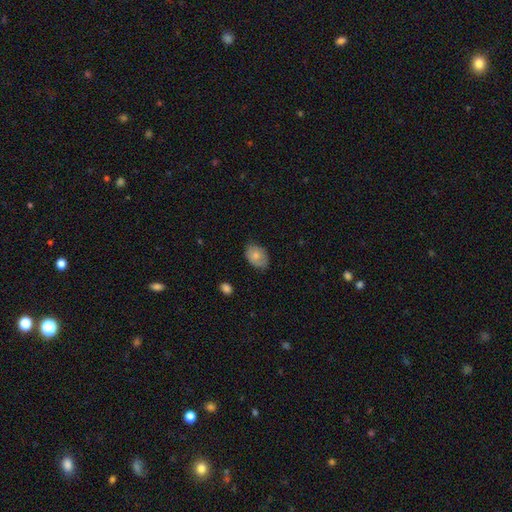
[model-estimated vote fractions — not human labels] Q: Smooth or featured?
A: smooth (76%); runner-up: featured or disk (17%)
Q: How rounded?
A: in between (79%); runner-up: round (20%)
Q: Merging?
A: none (70%); runner-up: minor disturbance (24%)